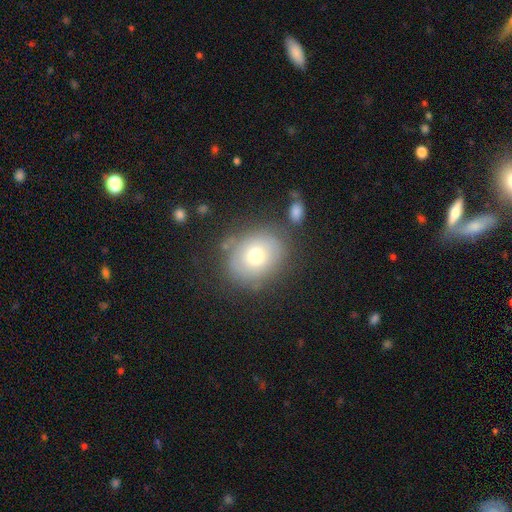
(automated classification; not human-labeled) Smooth or featured? smooth (66%)
How rounded? round (60%)
Merging? none (72%)